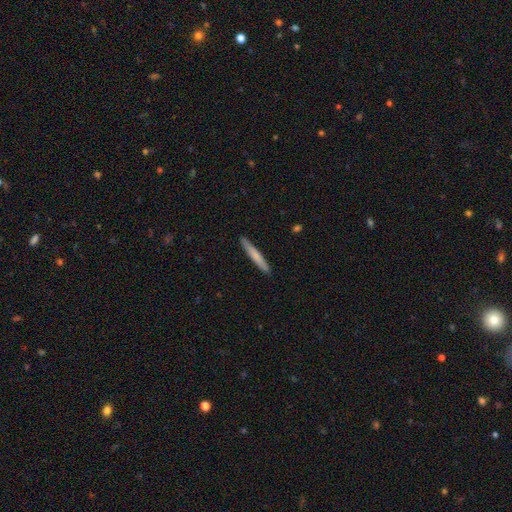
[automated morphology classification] Smooth or featured? smooth (68%)
How rounded? cigar-shaped (96%)
Merging? none (91%)